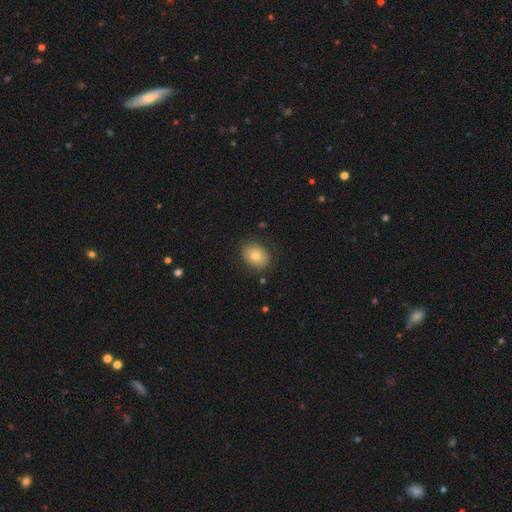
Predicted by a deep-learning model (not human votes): Morphology: type=smooth (79%); roundness=in between (66%); merging=none (83%).